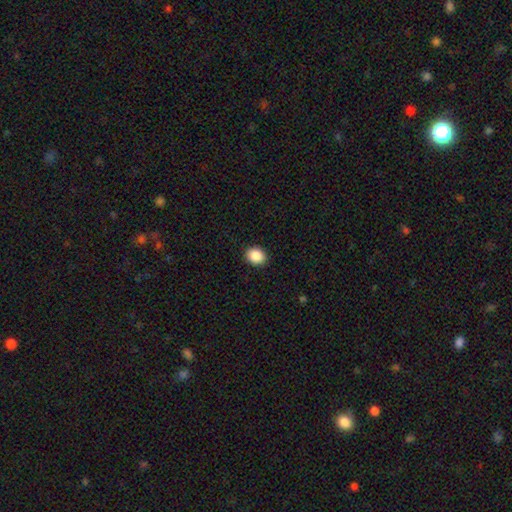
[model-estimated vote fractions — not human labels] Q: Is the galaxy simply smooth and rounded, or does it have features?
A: smooth — 88%.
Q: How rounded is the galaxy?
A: round — 54%.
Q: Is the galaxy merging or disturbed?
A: none — 91%.